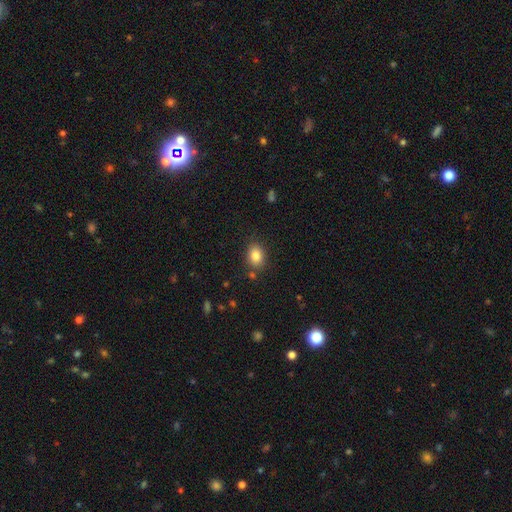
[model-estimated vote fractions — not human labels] smooth 83%, star or artifact 10%, featured or disk 7%. Down the decision tree: how rounded — in between (63%); merging — none (82%).